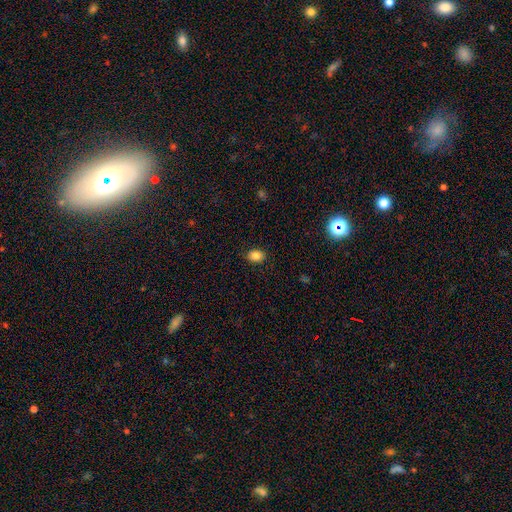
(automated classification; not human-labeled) Q: Smooth or featured?
A: smooth (84%); runner-up: star or artifact (10%)
Q: How rounded?
A: in between (65%); runner-up: round (34%)
Q: Merging?
A: none (87%); runner-up: minor disturbance (10%)